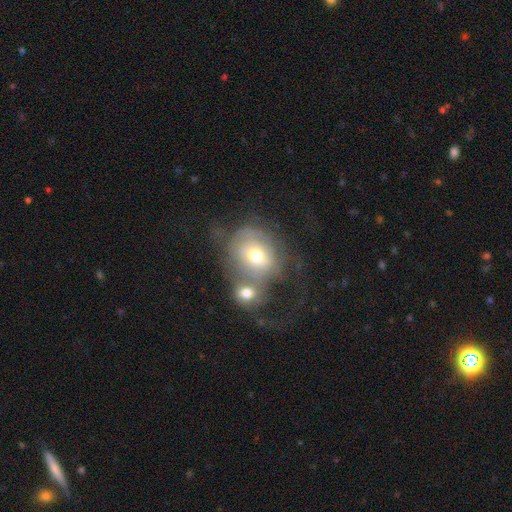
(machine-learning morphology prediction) This is possibly a featured or disk galaxy (47%). Merging: possibly merger (54%).